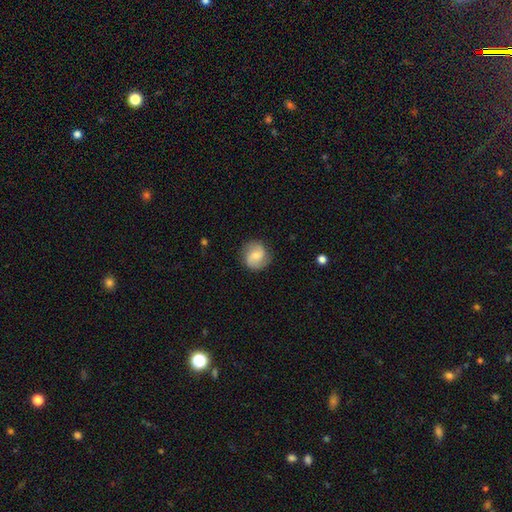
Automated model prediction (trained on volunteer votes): Overall: featured or disk (53%; smooth 40%). Edge-on disk: no (98%). Bar: weak (46%; no 40%). Spiral arms: yes (90%). Bulge size: small (49%; moderate 39%). Merging: none (84%).